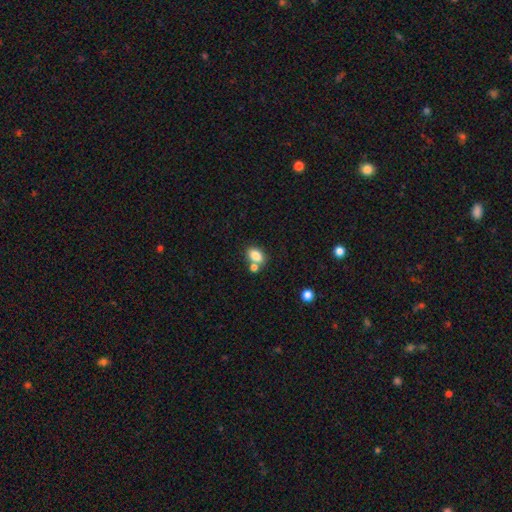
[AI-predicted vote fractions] Smooth or featured? smooth (82%)
How rounded? in between (80%)
Merging? none (54%)